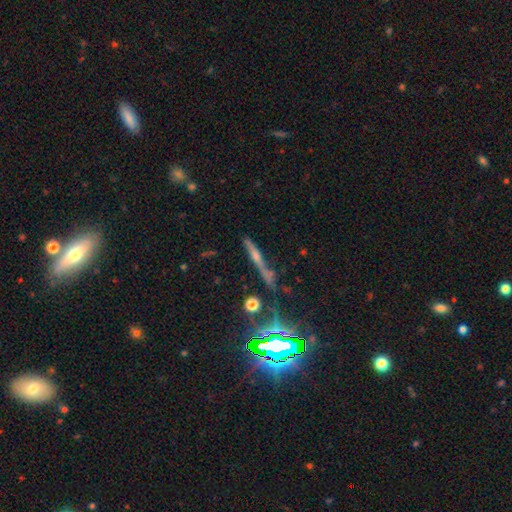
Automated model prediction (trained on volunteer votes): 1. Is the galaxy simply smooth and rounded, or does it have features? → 44% featured or disk, 36% star or artifact, 20% smooth.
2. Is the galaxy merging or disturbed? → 74% none, 13% minor disturbance, 7% merger, 6% major disturbance.